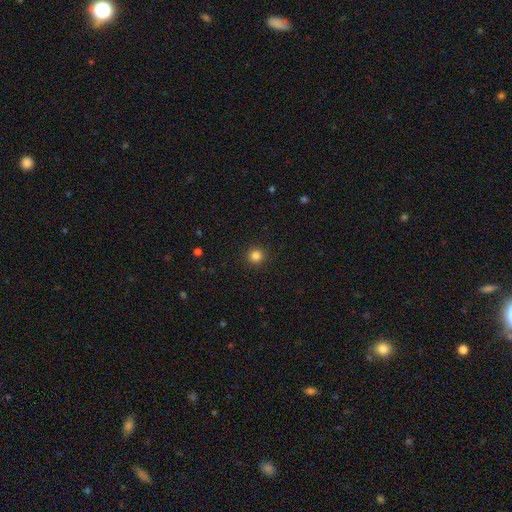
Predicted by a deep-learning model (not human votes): smooth_or_featured: smooth (p=0.83) [alt: star or artifact p=0.13]
how_rounded: round (p=0.94) [alt: in between p=0.05]
merging: none (p=0.92) [alt: minor disturbance p=0.05]